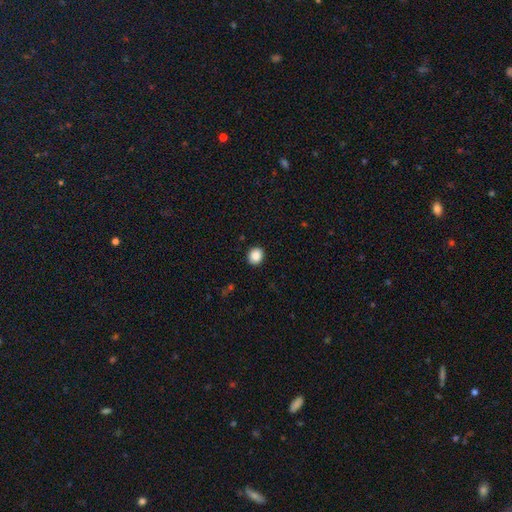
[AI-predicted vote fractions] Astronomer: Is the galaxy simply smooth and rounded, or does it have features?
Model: smooth — 88%.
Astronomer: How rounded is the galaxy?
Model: round — 79%.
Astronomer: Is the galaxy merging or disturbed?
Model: none — 92%.